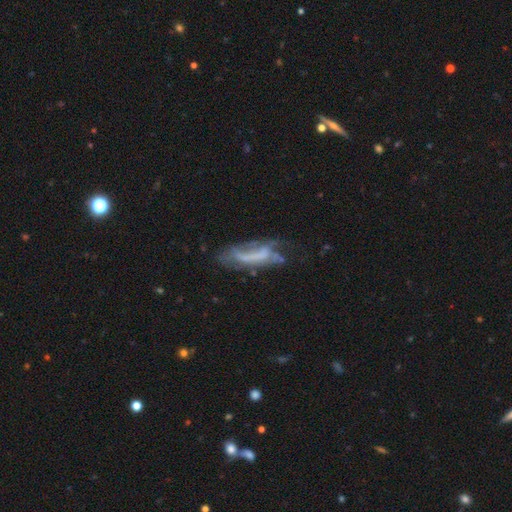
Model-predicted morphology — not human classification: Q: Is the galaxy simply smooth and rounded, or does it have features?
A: featured or disk — 61%.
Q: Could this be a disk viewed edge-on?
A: no — 79%.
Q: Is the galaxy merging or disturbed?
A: none — 37%.